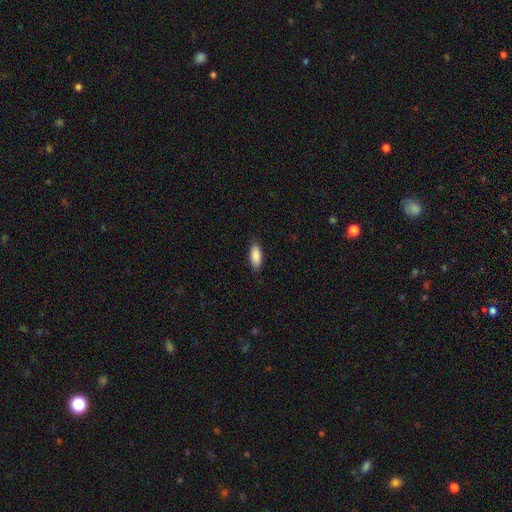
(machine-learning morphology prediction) Smooth or featured: smooth — 89% (star or artifact — 6%)
How rounded: in between — 81% (cigar-shaped — 17%)
Merging: none — 86% (minor disturbance — 11%)